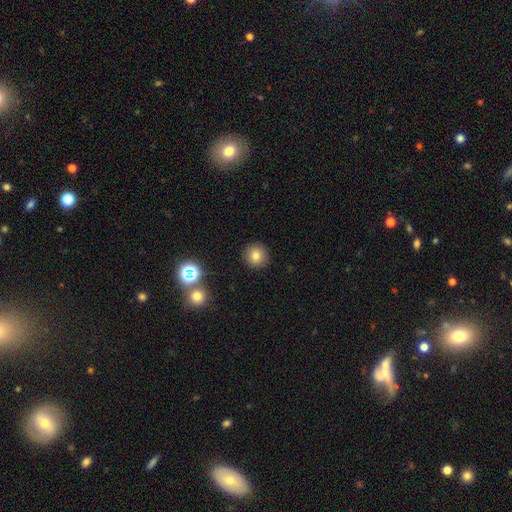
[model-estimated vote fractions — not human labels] Morphology: type=smooth (79%); roundness=round (95%); merging=none (92%).